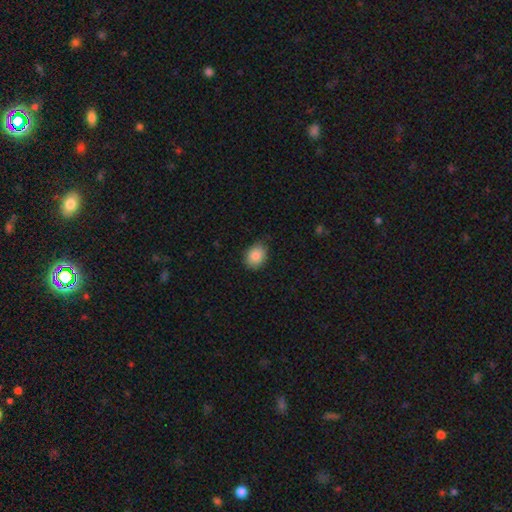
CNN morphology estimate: Q: Smooth or featured?
A: smooth (88%); runner-up: star or artifact (8%)
Q: How rounded?
A: in between (63%); runner-up: round (36%)
Q: Merging?
A: none (75%); runner-up: minor disturbance (21%)